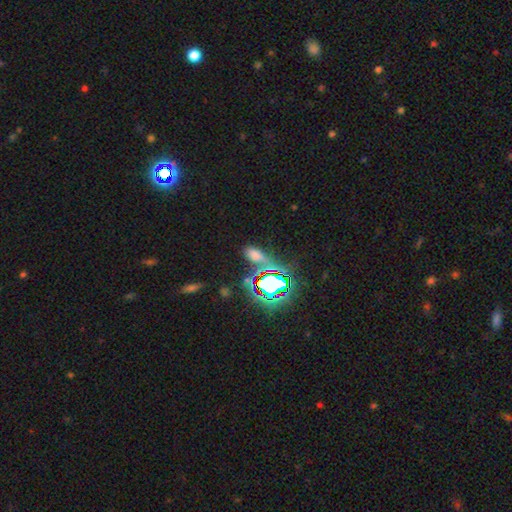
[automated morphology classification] smooth_or_featured: smooth (p=0.49) [alt: star or artifact p=0.41]
merging: none (p=0.56) [alt: minor disturbance p=0.19]